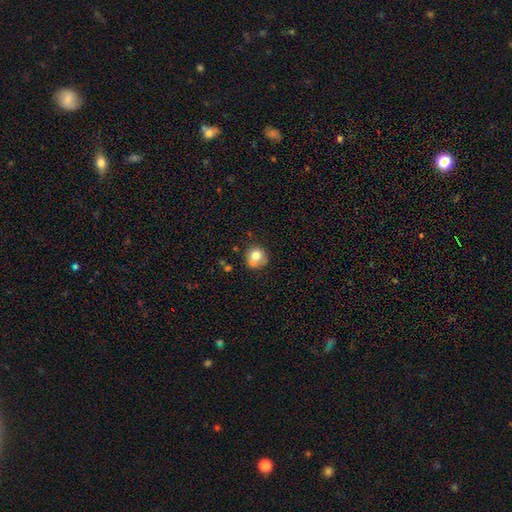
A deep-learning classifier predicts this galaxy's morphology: Overall: smooth (74%). How rounded: round (88%). Merging: none (57%; merger 23%).